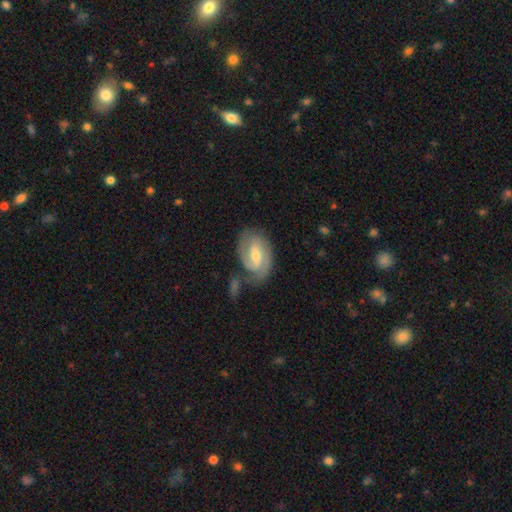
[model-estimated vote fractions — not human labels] The model was most divided on "spiral winding": medium: 43%, tight: 41%, loose: 16%. More confident: edge-on disk — no (96%); spiral arms — yes (89%); smooth or featured — featured or disk (74%); spiral arm count — 2 (69%); merging — none (56%); bulge size — moderate (55%); bar — weak (53%).